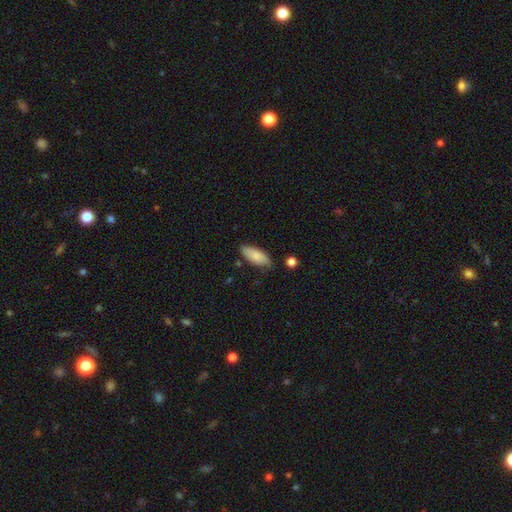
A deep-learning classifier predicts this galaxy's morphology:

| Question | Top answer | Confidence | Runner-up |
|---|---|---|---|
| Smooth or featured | smooth | 81% | featured or disk (12%) |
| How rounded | in between | 81% | cigar-shaped (17%) |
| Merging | none | 73% | minor disturbance (20%) |